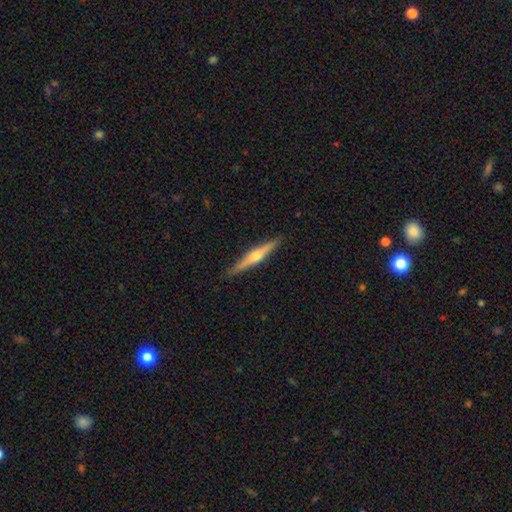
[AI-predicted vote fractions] Smooth or featured? featured or disk (68%)
Edge-on disk? yes (98%)
Edge-on bulge? rounded (91%)
Merging? none (90%)